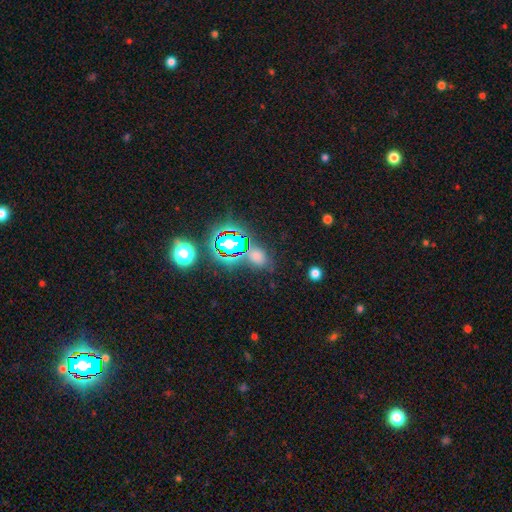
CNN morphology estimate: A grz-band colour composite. It shows a smooth galaxy with no disk features (49%). Merging: none (71%).